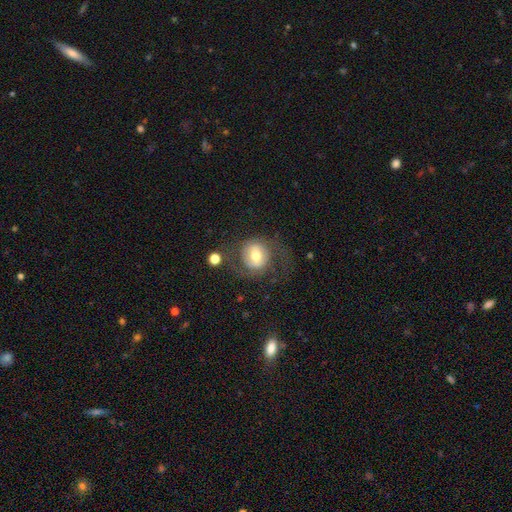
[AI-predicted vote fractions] This appears to be a featured or disk galaxy (47%). Merging: none (60%).